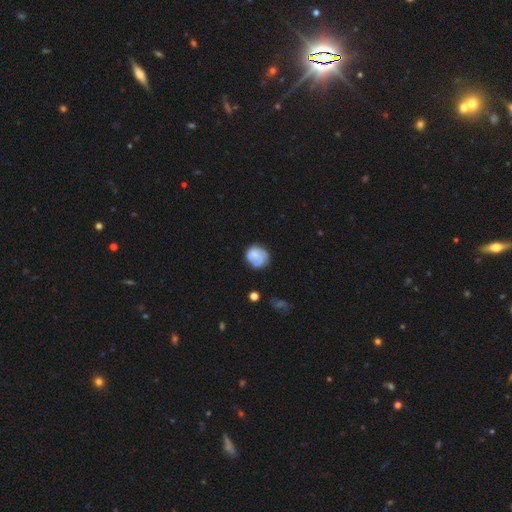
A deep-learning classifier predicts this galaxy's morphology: smooth-or-featured: smooth: 50% | featured or disk: 41% | star or artifact: 8%
  how-rounded: round: 77% | in between: 22% | cigar-shaped: 1%
  merging: none: 60% | minor disturbance: 25% | major disturbance: 11% | merger: 4%